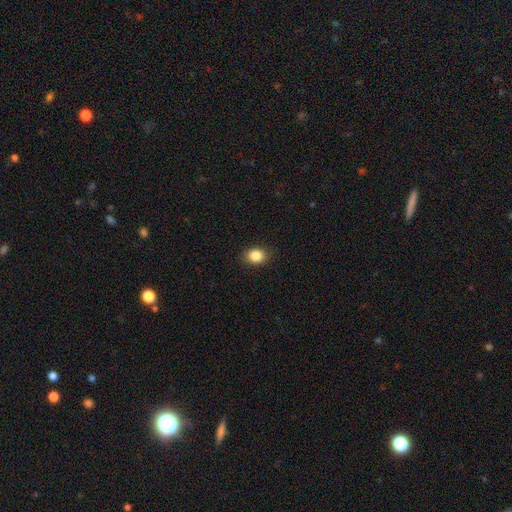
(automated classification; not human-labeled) smooth 86%, star or artifact 9%, featured or disk 4%. Down the decision tree: how rounded — in between (55%); merging — none (88%).